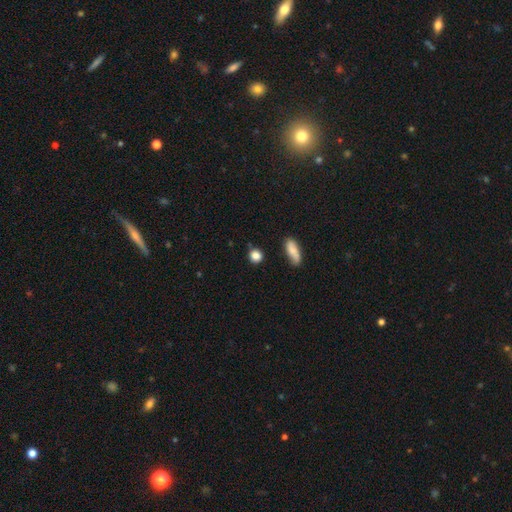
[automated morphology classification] A smooth galaxy with no disk features (85%) that is round (83%).

Vote fractions:
- Smooth or featured? smooth: 85% / star or artifact: 10% / featured or disk: 5%
- How rounded? round: 83% / in between: 15% / cigar-shaped: 3%
- Merging? none: 79% / minor disturbance: 13% / merger: 5% / major disturbance: 3%